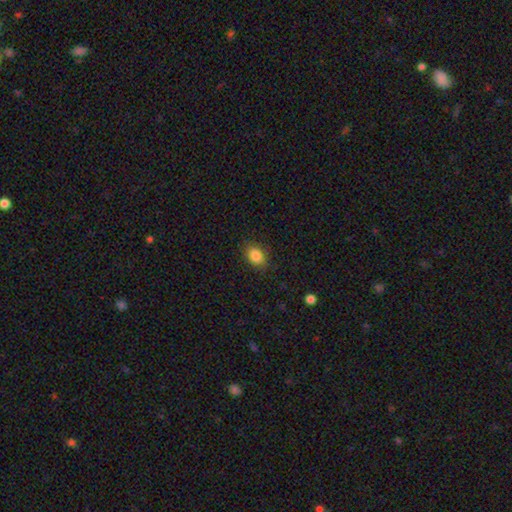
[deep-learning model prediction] Q: Smooth or featured?
A: smooth (86%); runner-up: star or artifact (9%)
Q: How rounded?
A: in between (70%); runner-up: round (29%)
Q: Merging?
A: none (86%); runner-up: minor disturbance (10%)